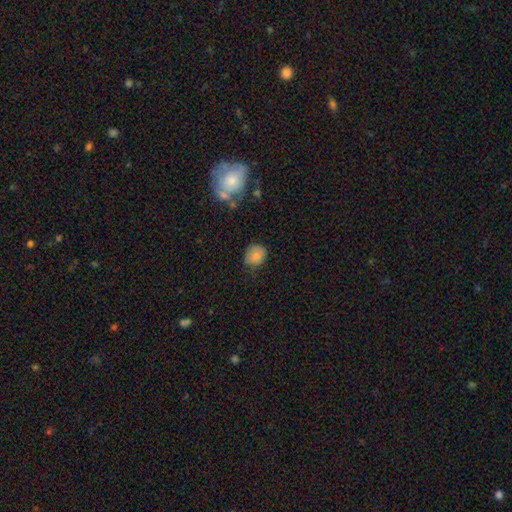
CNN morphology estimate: A smooth galaxy with no disk features (80%) that is round (64%). Merging: none (67%).